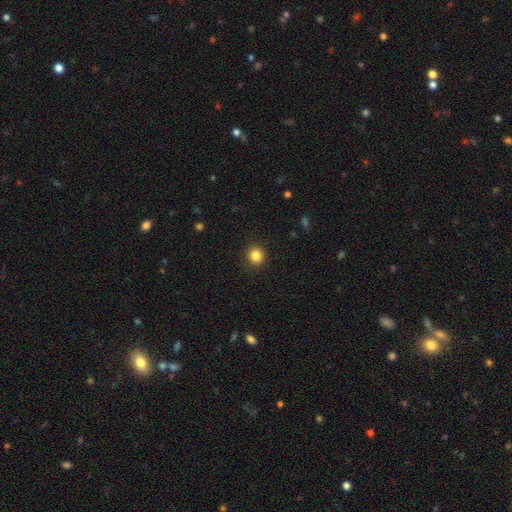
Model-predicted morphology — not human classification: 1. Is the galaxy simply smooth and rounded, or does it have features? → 84% smooth, 11% star or artifact, 5% featured or disk.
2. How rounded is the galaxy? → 89% round, 10% in between, 1% cigar-shaped.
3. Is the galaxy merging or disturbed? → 92% none, 5% minor disturbance, 2% major disturbance, 1% merger.